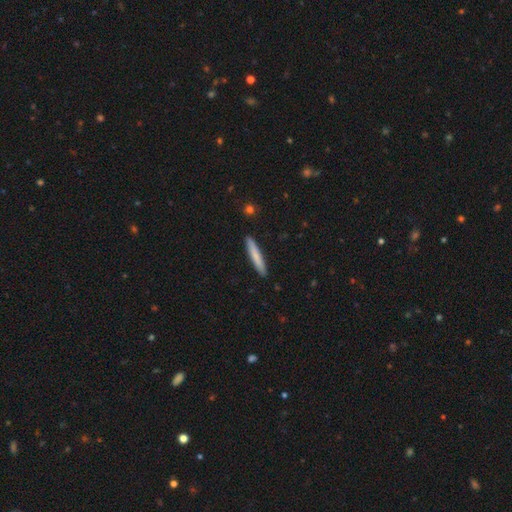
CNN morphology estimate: smooth-or-featured: smooth: 76% | featured or disk: 19% | star or artifact: 6%
  how-rounded: cigar-shaped: 94% | in between: 5% | round: 1%
  merging: none: 90% | minor disturbance: 7% | major disturbance: 1% | merger: 1%